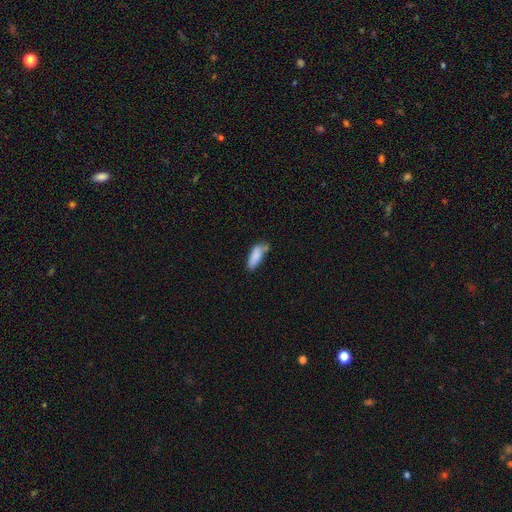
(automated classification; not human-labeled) smooth 84%, featured or disk 8%, star or artifact 7%. Down the decision tree: how rounded — in between (66%); merging — none (52%).